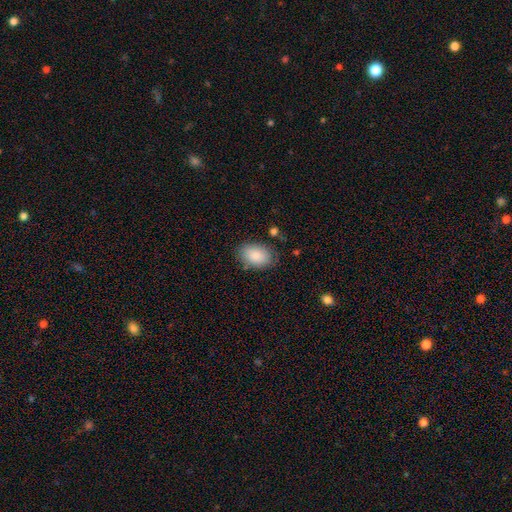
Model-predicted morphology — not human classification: Smooth or featured?
  - smooth: 87% *
  - star or artifact: 6%
  - featured or disk: 6%
How rounded?
  - in between: 85% *
  - round: 14%
  - cigar-shaped: 1%
Merging?
  - none: 79% *
  - minor disturbance: 15%
  - major disturbance: 4%
  - merger: 2%